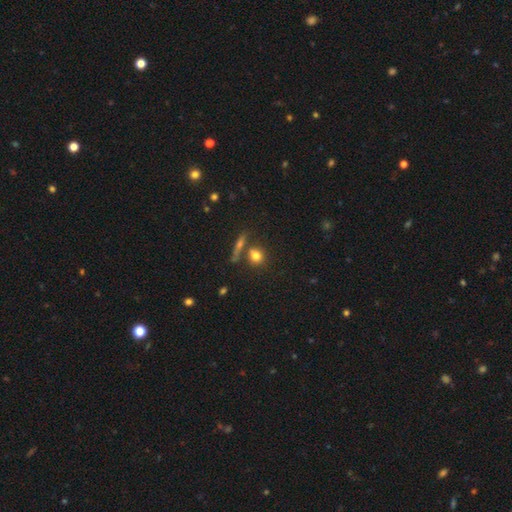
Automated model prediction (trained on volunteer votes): Smooth or featured: smooth — 77% (star or artifact — 11%)
How rounded: round — 80% (in between — 16%)
Merging: none — 68% (merger — 18%)